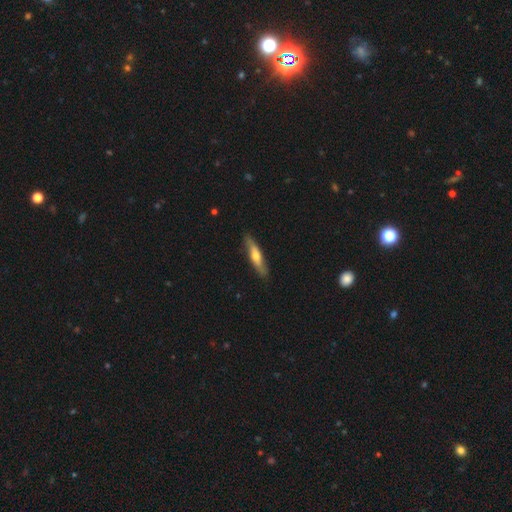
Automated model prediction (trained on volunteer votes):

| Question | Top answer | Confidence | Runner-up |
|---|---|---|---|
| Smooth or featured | smooth | 49% | featured or disk (46%) |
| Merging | none | 85% | minor disturbance (12%) |